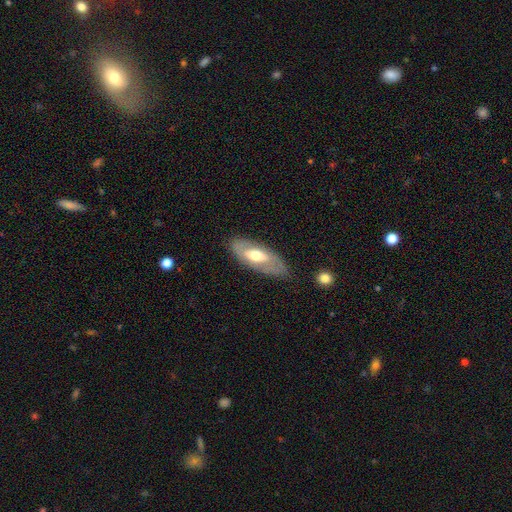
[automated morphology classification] smooth-or-featured: featured or disk: 54% | smooth: 40% | star or artifact: 6%
  disk-edge-on: no: 80% | yes: 20%
  merging: none: 77% | minor disturbance: 16% | major disturbance: 5% | merger: 2%